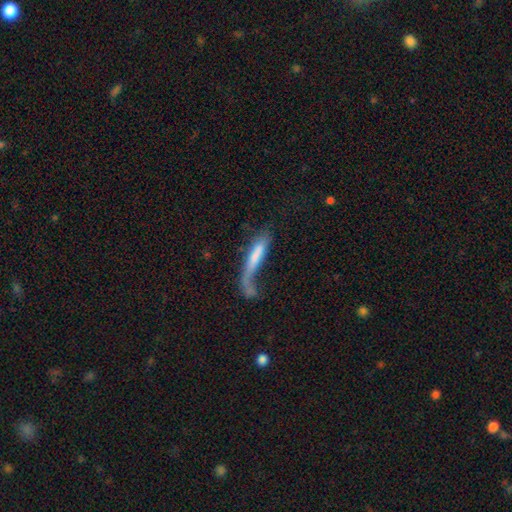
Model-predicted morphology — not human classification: A smooth galaxy with no disk features (59%) that is cigar-shaped (82%).

Vote fractions:
- Smooth or featured? smooth: 59% / featured or disk: 34% / star or artifact: 7%
- How rounded? cigar-shaped: 82% / in between: 16% / round: 2%
- Merging? major disturbance: 38% / none: 27% / minor disturbance: 18% / merger: 16%